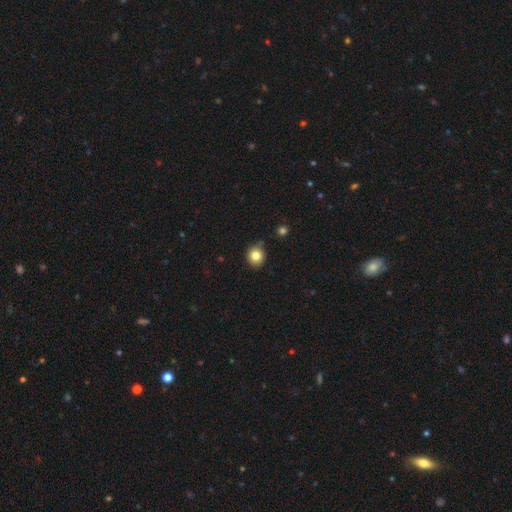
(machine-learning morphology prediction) Q: Smooth or featured?
A: smooth (81%); runner-up: star or artifact (11%)
Q: How rounded?
A: round (83%); runner-up: in between (16%)
Q: Merging?
A: none (83%); runner-up: minor disturbance (12%)